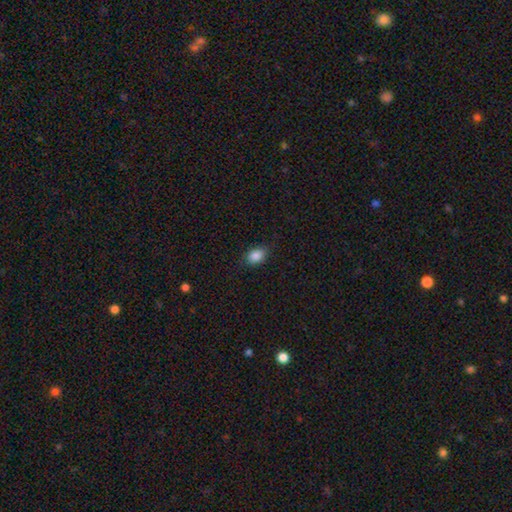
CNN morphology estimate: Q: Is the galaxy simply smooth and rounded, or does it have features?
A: smooth — 87%.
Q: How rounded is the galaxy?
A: in between — 77%.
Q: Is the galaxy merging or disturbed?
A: none — 82%.